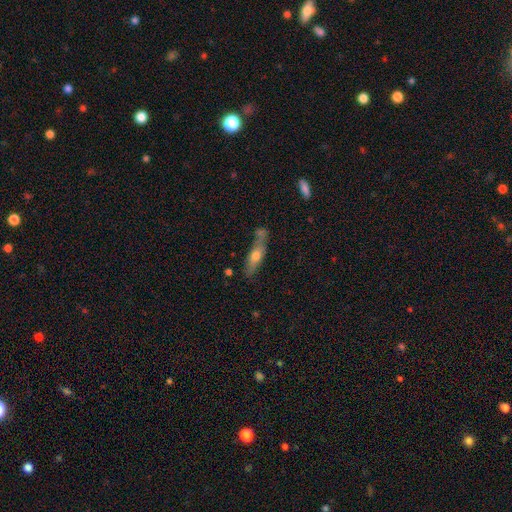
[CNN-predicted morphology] The model was most divided on "smooth or featured": smooth: 49%, featured or disk: 43%, star or artifact: 7%. More confident: merging — none (60%).